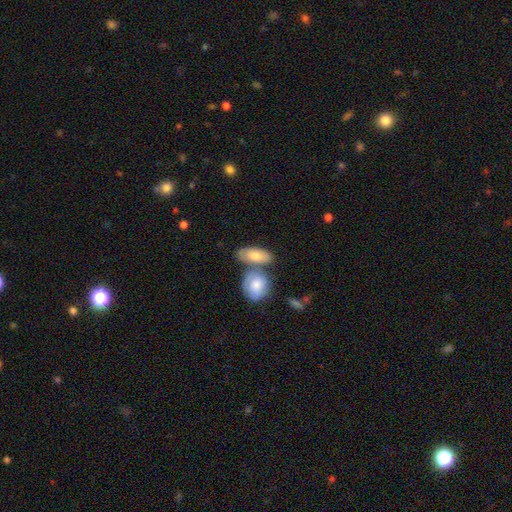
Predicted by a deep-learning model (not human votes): A smooth galaxy with no disk features (77%) that is in between round and cigar-shaped (84%).

Vote fractions:
- Smooth or featured? smooth: 77% / featured or disk: 18% / star or artifact: 6%
- How rounded? in between: 84% / cigar-shaped: 9% / round: 8%
- Merging? none: 46% / merger: 37% / minor disturbance: 13% / major disturbance: 4%